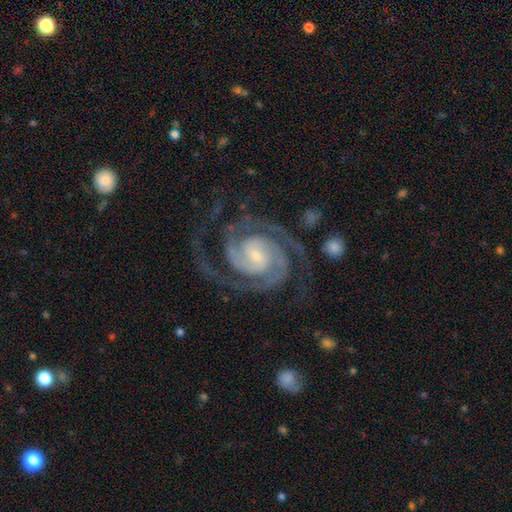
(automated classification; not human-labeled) The model was most divided on "bar": no: 47%, weak: 36%, strong: 17%. More confident: spiral arms — yes (99%); edge-on disk — no (98%); smooth or featured — featured or disk (94%); spiral arm count — 2 (77%); merging — none (74%); bulge size — small (66%); spiral winding — tight (64%).